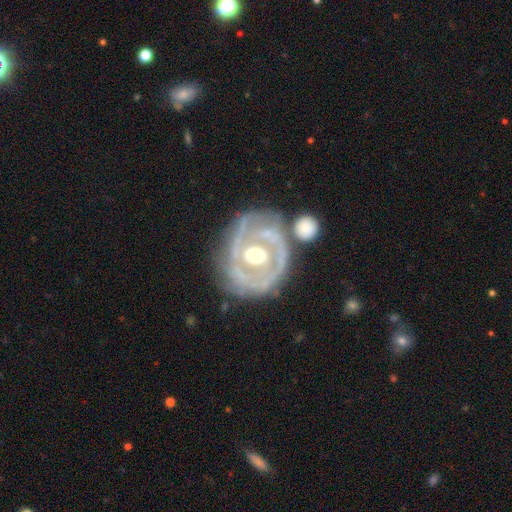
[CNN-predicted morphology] Smooth or featured? Predicted: featured or disk (p=0.84). Edge-on disk? Predicted: no (p=0.96). Bar? Predicted: no (p=0.55). Spiral arms? Predicted: yes (p=0.73). Spiral winding? Predicted: tight (p=0.64). Spiral arm count? Predicted: can't tell (p=0.34). Bulge size? Predicted: moderate (p=0.73). Merging? Predicted: none (p=0.59).